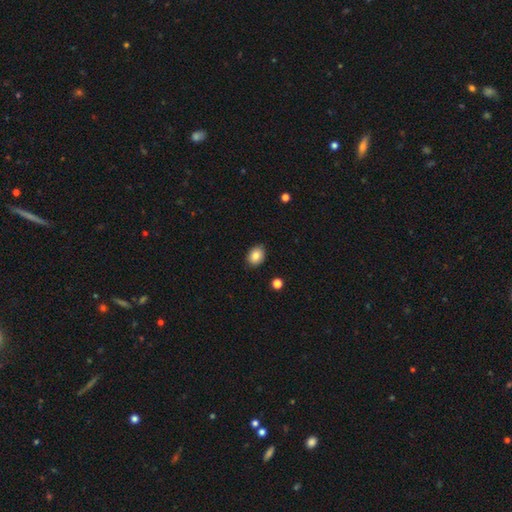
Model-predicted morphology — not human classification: smooth_or_featured: smooth (p=0.84) [alt: star or artifact p=0.09]
how_rounded: in between (p=0.63) [alt: round p=0.36]
merging: none (p=0.88) [alt: minor disturbance p=0.09]